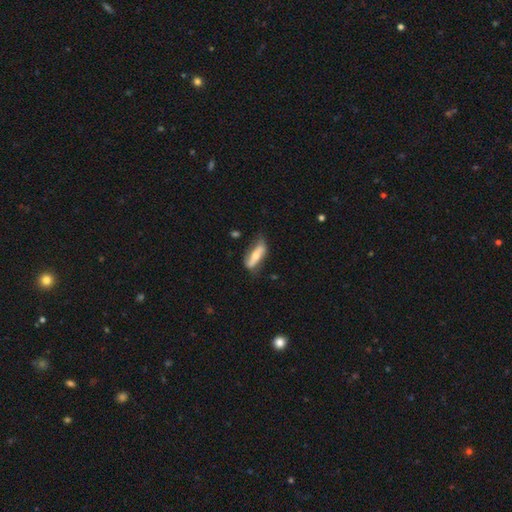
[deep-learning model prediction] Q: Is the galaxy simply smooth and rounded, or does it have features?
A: featured or disk — 50%.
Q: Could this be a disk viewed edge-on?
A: no — 61%.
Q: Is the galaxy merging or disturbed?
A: none — 61%.